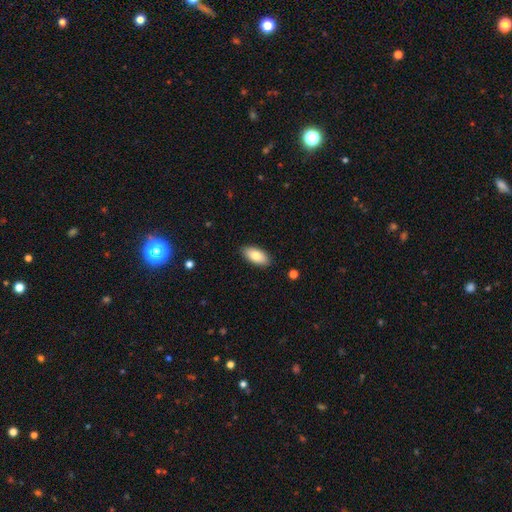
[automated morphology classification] smooth-or-featured: smooth: 81% | featured or disk: 12% | star or artifact: 6%
  how-rounded: in between: 91% | cigar-shaped: 7% | round: 2%
  merging: none: 89% | minor disturbance: 8% | major disturbance: 2% | merger: 1%